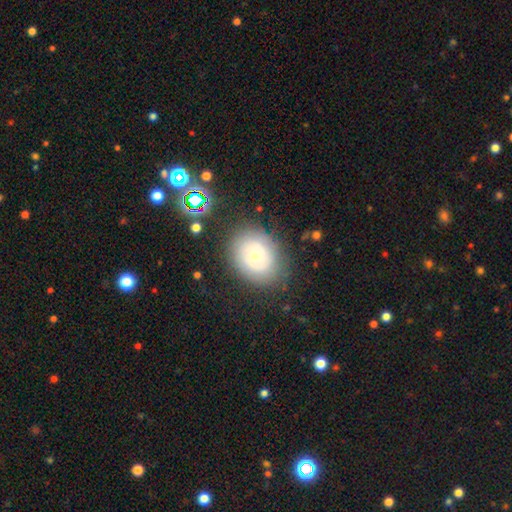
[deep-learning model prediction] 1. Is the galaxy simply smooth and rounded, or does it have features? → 46% smooth, 44% featured or disk, 10% star or artifact.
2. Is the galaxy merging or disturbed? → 76% none, 15% minor disturbance, 6% major disturbance, 2% merger.